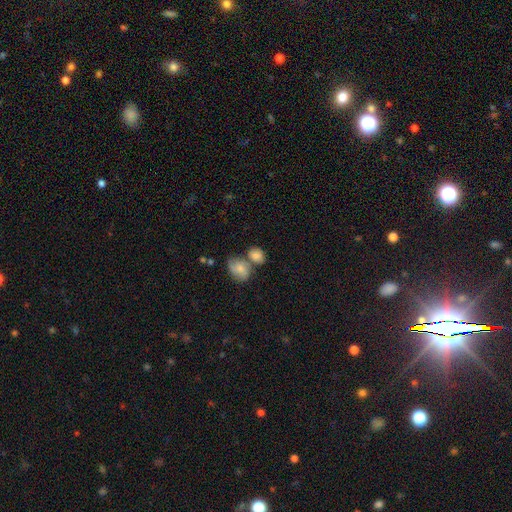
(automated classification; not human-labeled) This appears to be a smooth galaxy with no disk features (73%) that is in between round and cigar-shaped (60%). Merging: merger (42%).